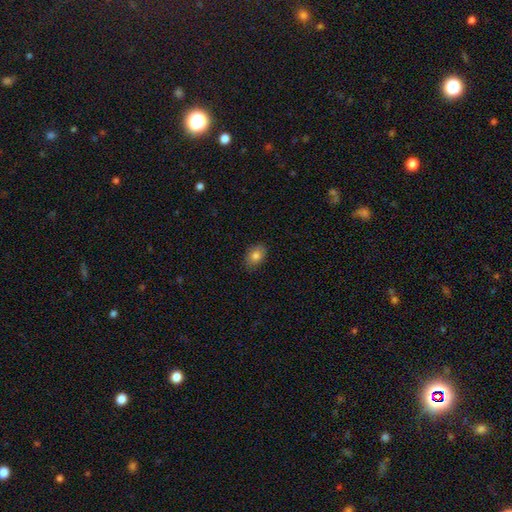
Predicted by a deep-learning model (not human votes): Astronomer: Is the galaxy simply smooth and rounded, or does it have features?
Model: smooth — 81%.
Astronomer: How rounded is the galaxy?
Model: in between — 77%.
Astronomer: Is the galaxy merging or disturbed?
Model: none — 85%.